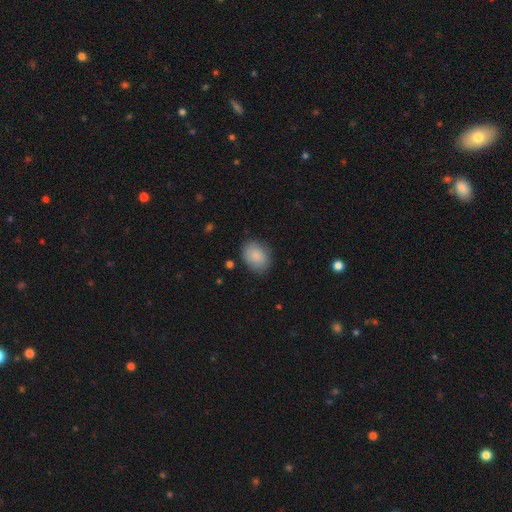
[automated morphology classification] A smooth galaxy with no disk features (87%) that is in between round and cigar-shaped (70%).

Vote fractions:
- Smooth or featured? smooth: 87% / star or artifact: 7% / featured or disk: 6%
- How rounded? in between: 70% / round: 29% / cigar-shaped: 1%
- Merging? none: 81% / minor disturbance: 14% / major disturbance: 3% / merger: 1%